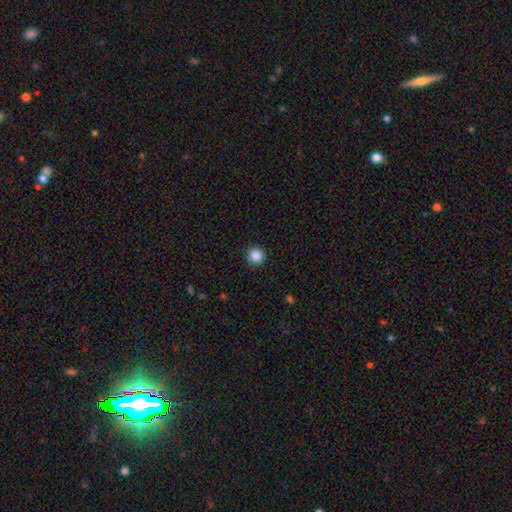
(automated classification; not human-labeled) Q: Smooth or featured?
A: smooth (87%); runner-up: star or artifact (10%)
Q: How rounded?
A: round (94%); runner-up: in between (5%)
Q: Merging?
A: none (92%); runner-up: minor disturbance (5%)